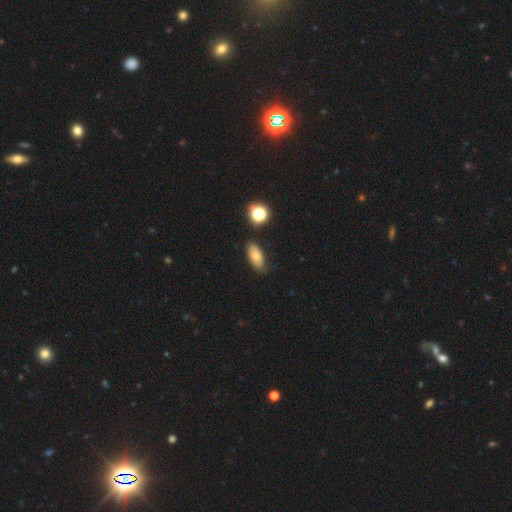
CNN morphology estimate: This appears to be a smooth galaxy with no disk features (71%) that is in between round and cigar-shaped (87%). Merging: none (74%).